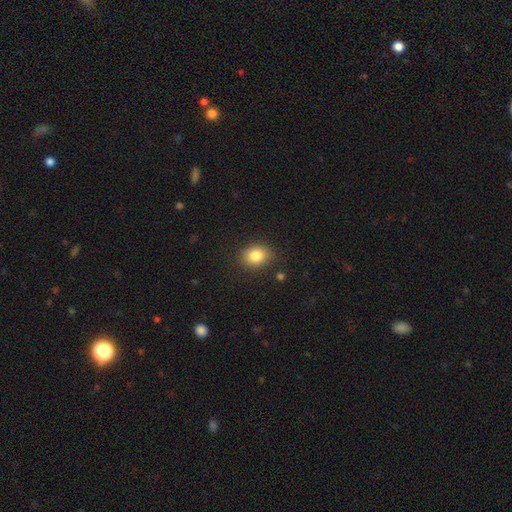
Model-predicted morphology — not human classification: Q: Smooth or featured?
A: smooth (83%); runner-up: star or artifact (10%)
Q: How rounded?
A: in between (53%); runner-up: round (46%)
Q: Merging?
A: none (84%); runner-up: minor disturbance (11%)